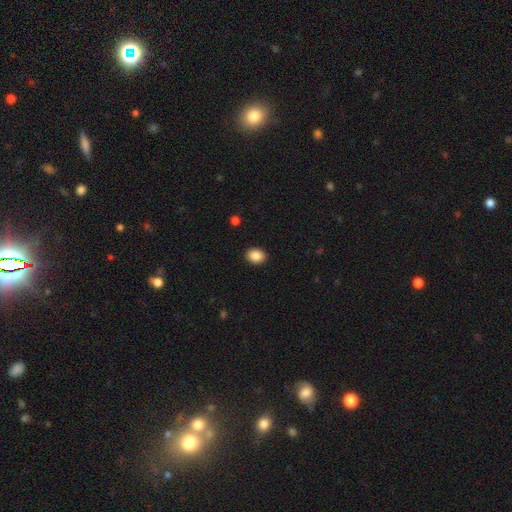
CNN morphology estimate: Q: Smooth or featured?
A: smooth (88%); runner-up: star or artifact (8%)
Q: How rounded?
A: in between (57%); runner-up: round (42%)
Q: Merging?
A: none (91%); runner-up: minor disturbance (7%)